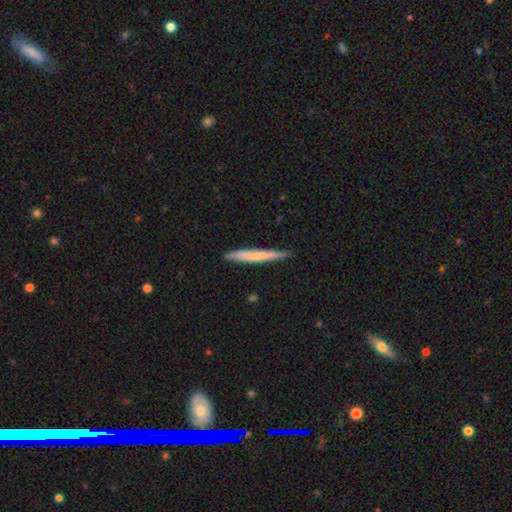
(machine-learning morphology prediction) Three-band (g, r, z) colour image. It shows a smooth galaxy with no disk features (61%) that is cigar-shaped (96%). Merging: none (86%).